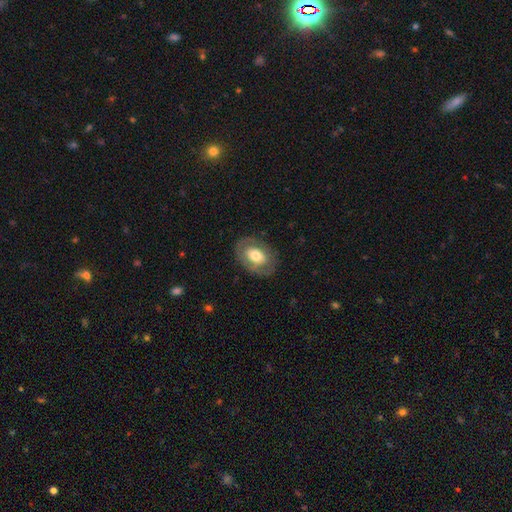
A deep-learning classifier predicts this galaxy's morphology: Smooth or featured? smooth (50%)
Merging? none (78%)